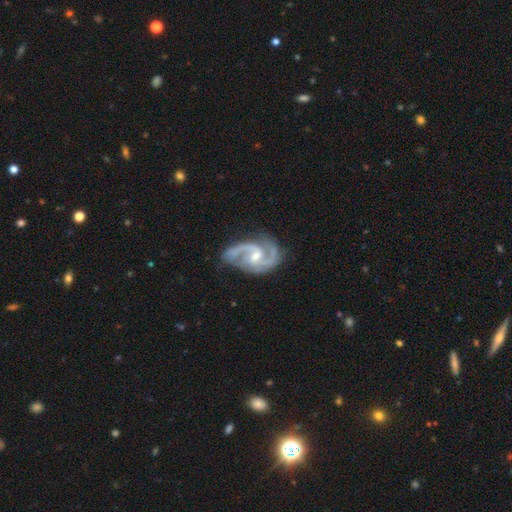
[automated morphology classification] featured or disk 92%, star or artifact 4%, smooth 3%. Down the decision tree: edge-on disk — no (98%); bar — weak (52%); spiral arms — yes (98%); spiral arm count — 2 (88%); spiral winding — medium (61%); bulge size — moderate (47%, tied with small); merging — none (67%).